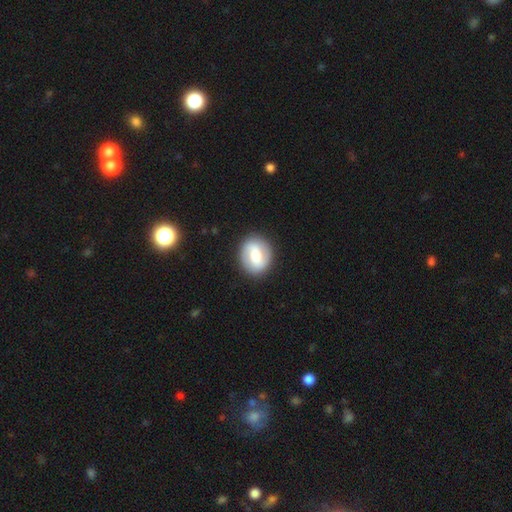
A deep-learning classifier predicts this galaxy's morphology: Overall: featured or disk (56%; smooth 38%). Edge-on disk: no (96%). Bar: weak (42%; strong 32%). Spiral arms: yes (73%). Bulge size: moderate (63%). Merging: none (87%).